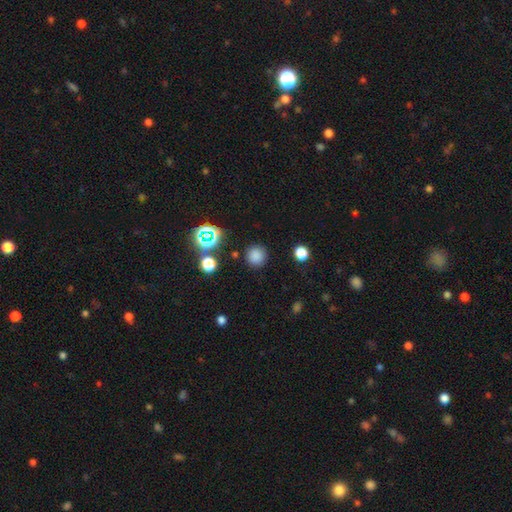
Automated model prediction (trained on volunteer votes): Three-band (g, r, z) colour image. It shows a smooth galaxy with no disk features (77%) that is round (93%). Merging: none (87%).